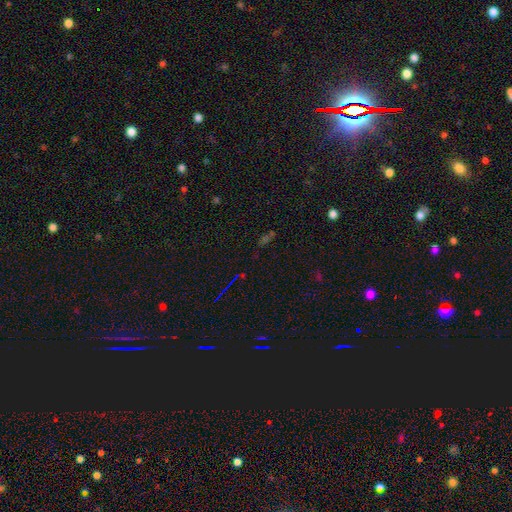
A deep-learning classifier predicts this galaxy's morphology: Smooth or featured: star or artifact — 53% (smooth — 32%)